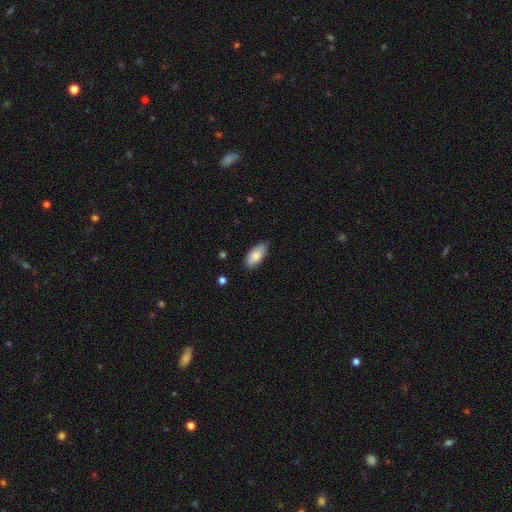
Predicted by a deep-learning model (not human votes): Overall: smooth (84%). How rounded: in between (91%). Merging: none (79%).